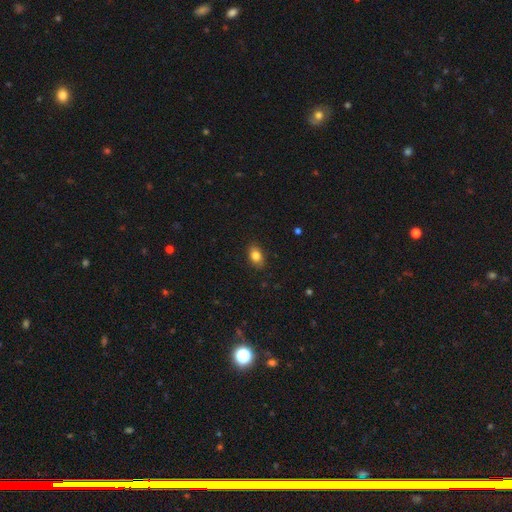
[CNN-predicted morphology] The model was most divided on "how rounded": in between: 79%, round: 19%, cigar-shaped: 2%. More confident: merging — none (86%); smooth or featured — smooth (84%).